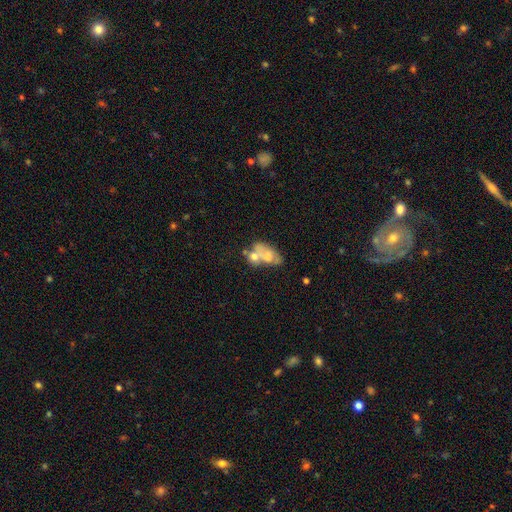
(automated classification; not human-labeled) Smooth or featured: featured or disk — 46% (smooth — 34%)
Merging: merger — 40% (none — 38%)